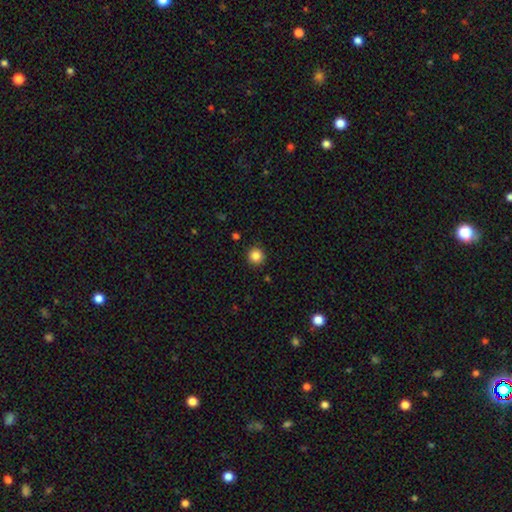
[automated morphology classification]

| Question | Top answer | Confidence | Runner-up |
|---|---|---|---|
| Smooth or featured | smooth | 86% | star or artifact (11%) |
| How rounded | round | 94% | in between (5%) |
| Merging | none | 91% | minor disturbance (6%) |